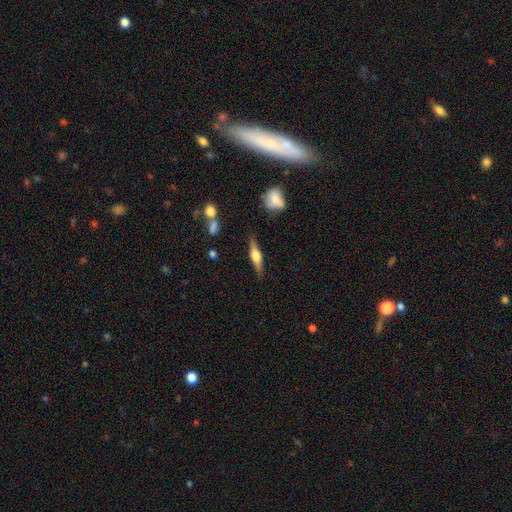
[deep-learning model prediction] Smooth or featured: featured or disk — 67% (smooth — 26%)
Edge-on disk: yes — 96% (no — 4%)
Edge-on bulge: rounded — 88% (boxy — 10%)
Merging: none — 84% (minor disturbance — 11%)